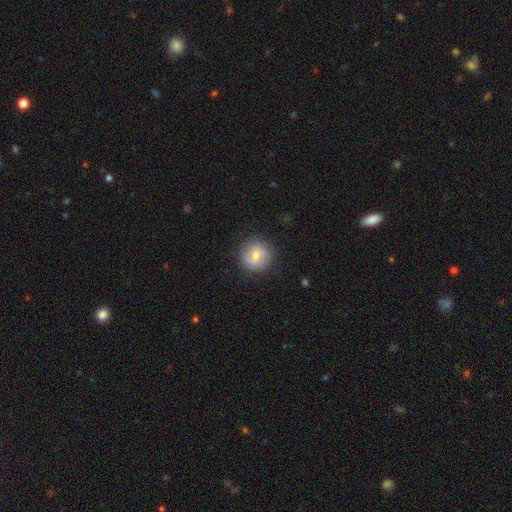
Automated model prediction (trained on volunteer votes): Smooth or featured? smooth (67%)
How rounded? round (93%)
Merging? none (86%)